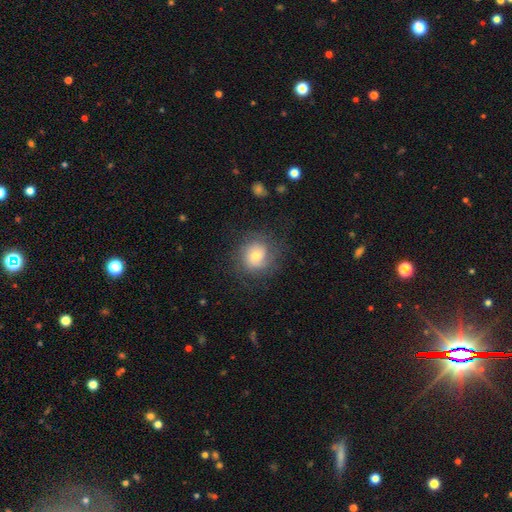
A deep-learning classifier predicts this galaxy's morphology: This appears to be a smooth galaxy with no disk features (55%) that is round (84%). Merging: none (74%).